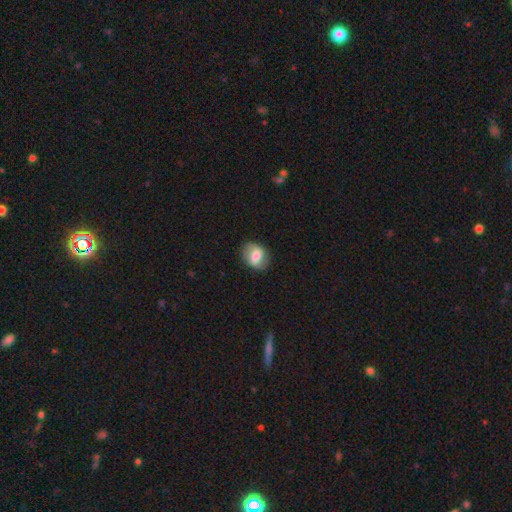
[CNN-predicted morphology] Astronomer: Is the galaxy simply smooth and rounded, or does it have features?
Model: smooth — 50% (runner-up: featured or disk, 42%).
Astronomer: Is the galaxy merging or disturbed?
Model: none — 80%.